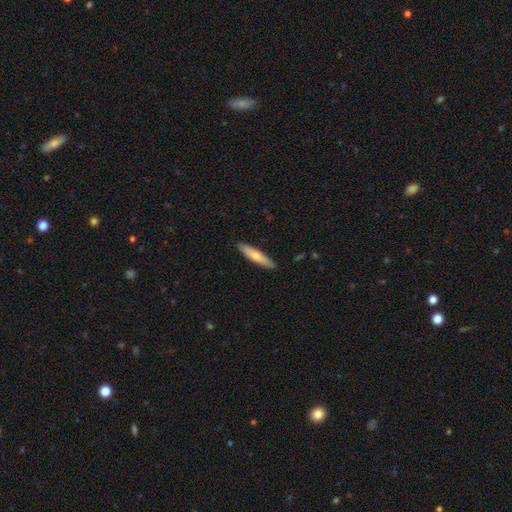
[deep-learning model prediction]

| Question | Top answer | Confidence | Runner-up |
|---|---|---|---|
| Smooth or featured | smooth | 64% | featured or disk (31%) |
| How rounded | cigar-shaped | 86% | in between (12%) |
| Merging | none | 90% | minor disturbance (8%) |